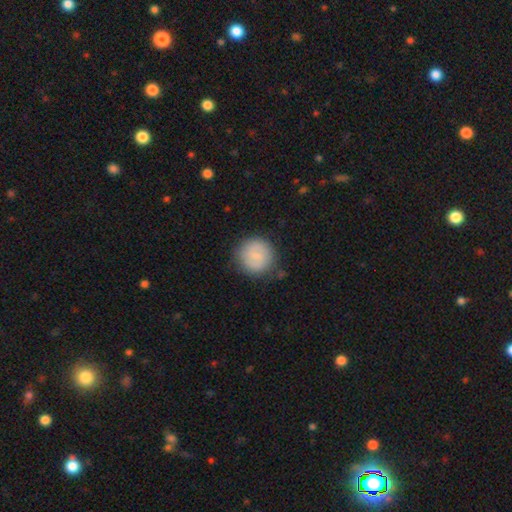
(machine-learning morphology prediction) type=smooth (72%); roundness=round (93%); merging=none (83%).